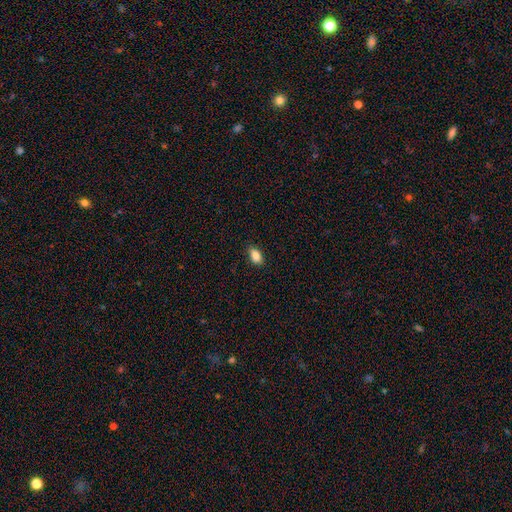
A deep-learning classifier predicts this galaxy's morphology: The model was most divided on "merging": none: 85%, minor disturbance: 12%, major disturbance: 2%, merger: 1%. More confident: how rounded — in between (88%); smooth or featured — smooth (85%).